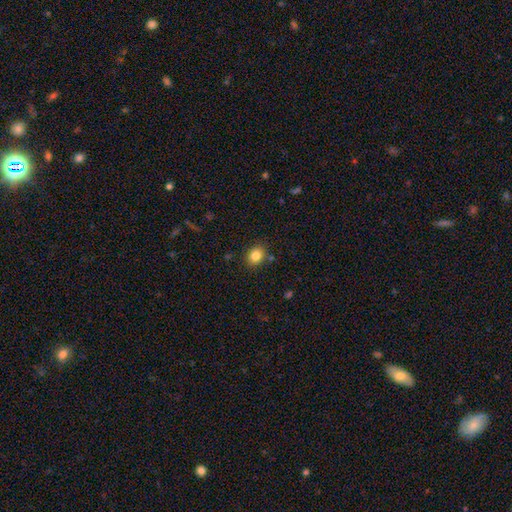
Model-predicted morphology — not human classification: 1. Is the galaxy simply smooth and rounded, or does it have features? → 84% smooth, 10% star or artifact, 6% featured or disk.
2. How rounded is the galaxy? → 53% round, 46% in between, 1% cigar-shaped.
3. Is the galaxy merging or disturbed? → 84% none, 10% minor disturbance, 3% merger, 3% major disturbance.